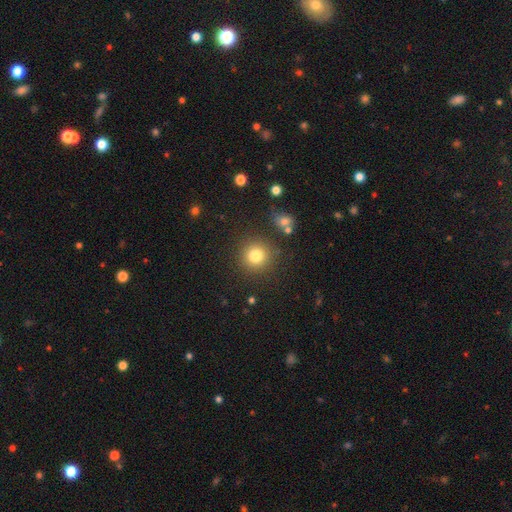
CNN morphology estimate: This is clearly a smooth galaxy (80%). How rounded: clearly round (93%). Merging: clearly none (86%).